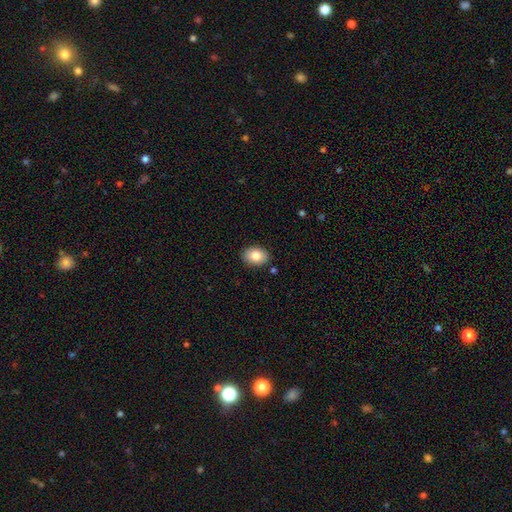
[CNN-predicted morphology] smooth-or-featured: smooth: 85% | featured or disk: 8% | star or artifact: 7%
  how-rounded: in between: 78% | round: 21% | cigar-shaped: 1%
  merging: none: 88% | minor disturbance: 8% | major disturbance: 2% | merger: 2%